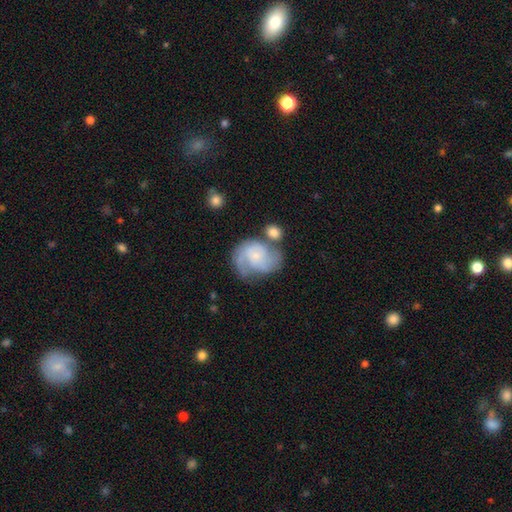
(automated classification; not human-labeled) featured or disk 73%, smooth 20%, star or artifact 6%. Down the decision tree: edge-on disk — no (98%); bar — no (68%); spiral arms — yes (92%); spiral arm count — 2 (63%); spiral winding — medium (47%); bulge size — small (71%); merging — none (45%).